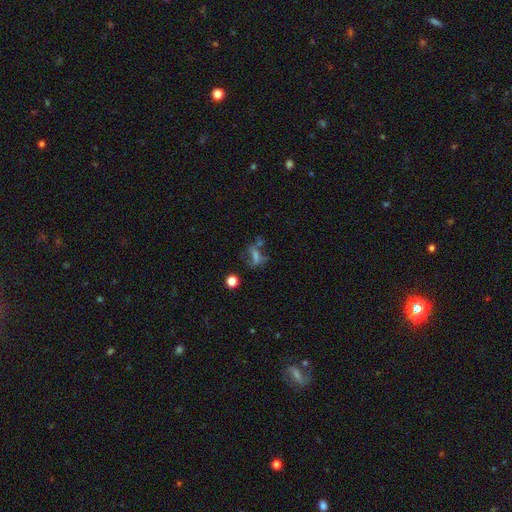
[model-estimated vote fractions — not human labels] Overall: featured or disk (38%; smooth 32%). Merging: none (43%; major disturbance 25%).